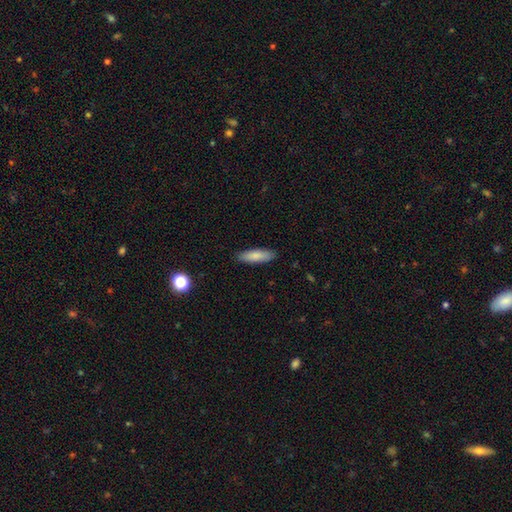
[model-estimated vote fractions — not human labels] Morphology: type=smooth (84%); roundness=cigar-shaped (55%); merging=none (88%).